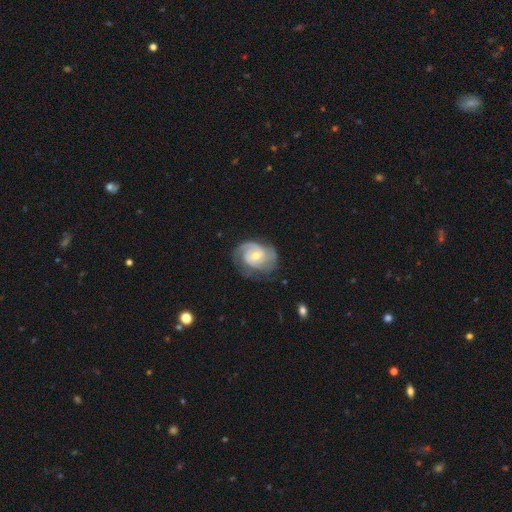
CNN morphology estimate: Smooth or featured? featured or disk (84%)
Edge-on disk? no (98%)
Bar? no (58%)
Spiral arms? yes (95%)
Spiral winding? tight (61%)
Spiral arm count? 2 (45%)
Bulge size? moderate (55%)
Merging? none (69%)